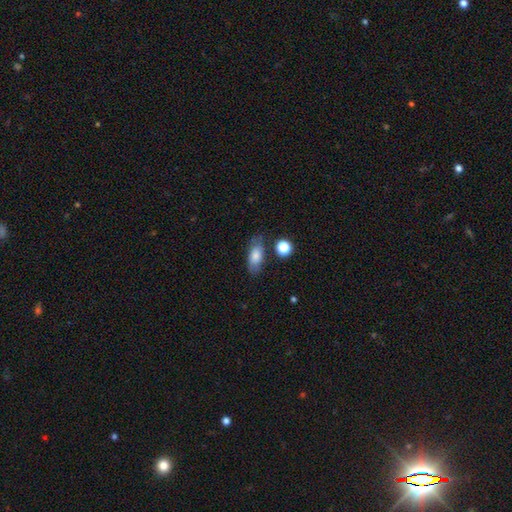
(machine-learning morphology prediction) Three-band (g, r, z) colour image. It shows a smooth galaxy with no disk features (77%) that is in between round and cigar-shaped (84%). Merging: none (70%).